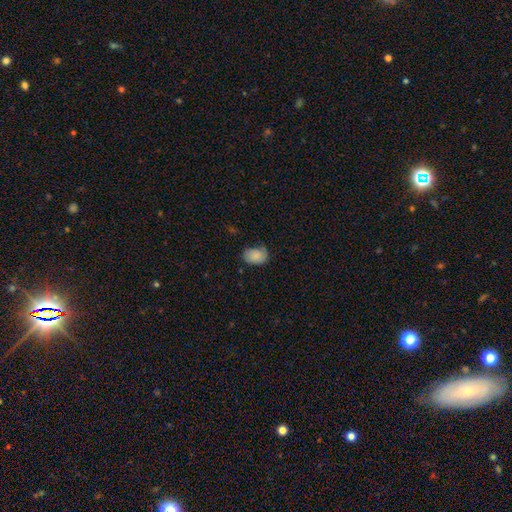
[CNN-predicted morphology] smooth 75%, featured or disk 16%, star or artifact 8%. Down the decision tree: how rounded — in between (77%); merging — none (57%).